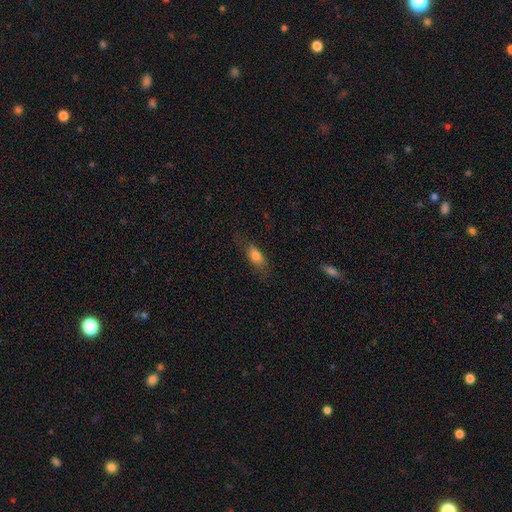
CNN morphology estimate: This appears to be a smooth galaxy with no disk features (76%) that is in between round and cigar-shaped (76%). Merging: none (68%).